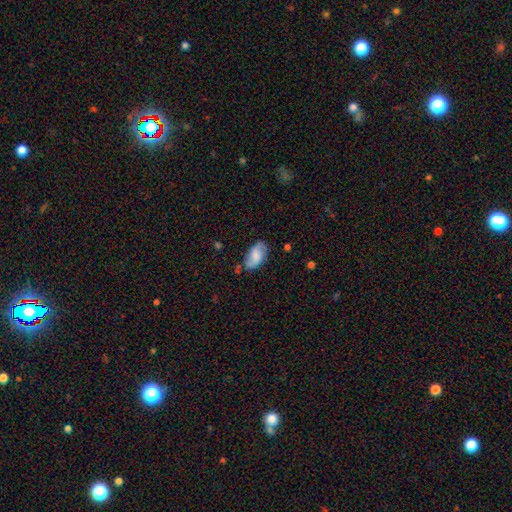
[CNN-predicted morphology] Smooth or featured? smooth (55%)
How rounded? in between (93%)
Merging? none (65%)